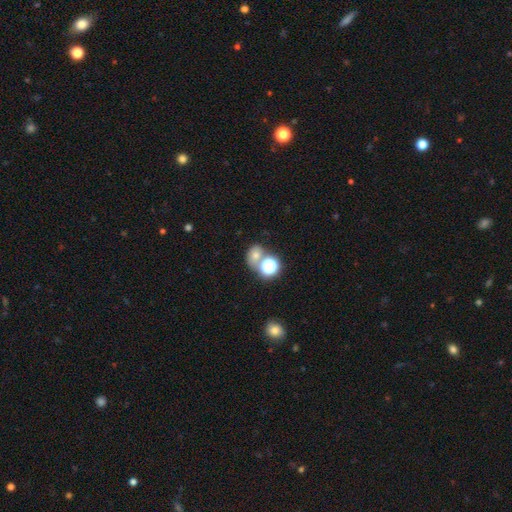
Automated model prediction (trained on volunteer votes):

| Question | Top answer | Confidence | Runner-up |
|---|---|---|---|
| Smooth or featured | smooth | 55% | star or artifact (32%) |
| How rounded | round | 64% | in between (35%) |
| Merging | none | 50% | merger (33%) |